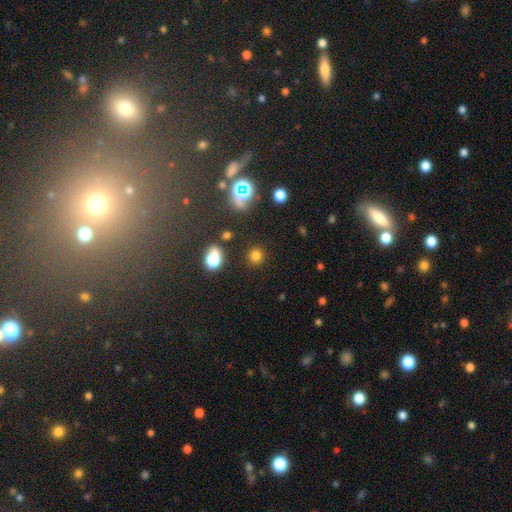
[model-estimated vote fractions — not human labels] Morphology: type=smooth (73%); roundness=round (89%); merging=none (86%).